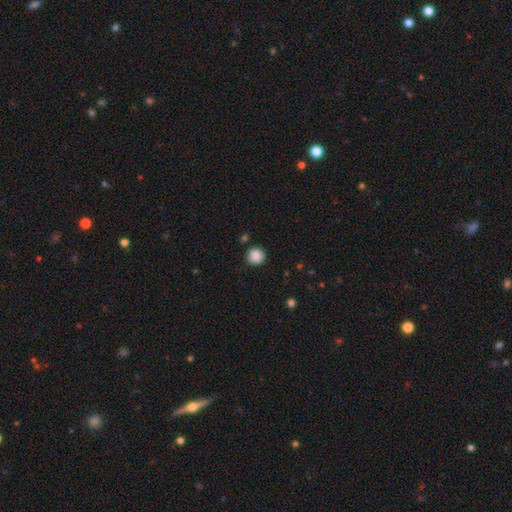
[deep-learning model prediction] This is clearly a smooth galaxy (88%). How rounded: clearly round (93%). Merging: clearly none (88%).